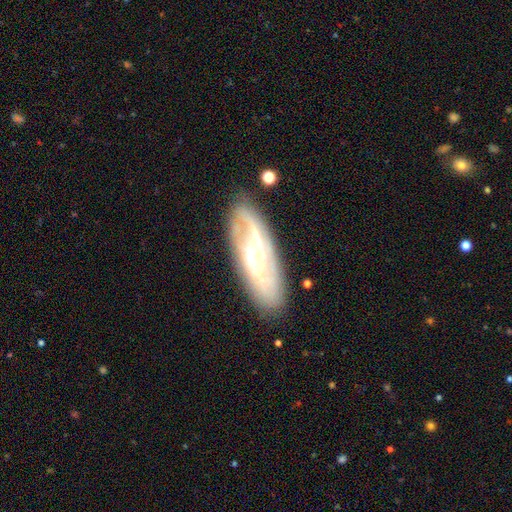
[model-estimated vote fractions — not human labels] This is likely a featured or disk galaxy (80%). It is clearly not viewed edge-on (87%). Bar: marginally weak (44%). Spiral arm pattern: clearly yes (93%). Spiral arm count: possibly 2 (59%). Spiral winding: marginally medium (44%). Central bulge: marginally moderate (43%). Merging: clearly none (80%).